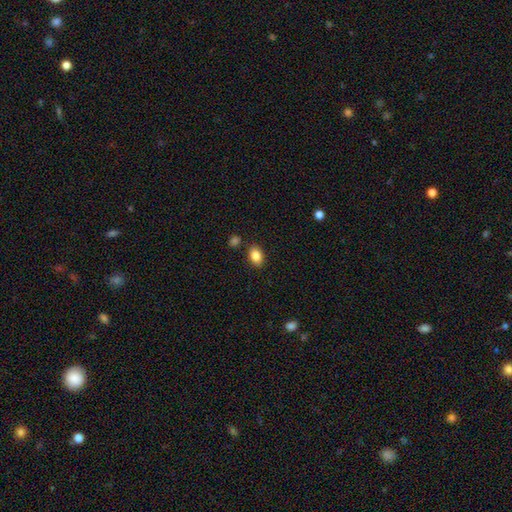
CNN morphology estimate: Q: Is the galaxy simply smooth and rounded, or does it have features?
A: smooth — 86%.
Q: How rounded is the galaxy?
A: in between — 83%.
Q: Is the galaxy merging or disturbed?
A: none — 84%.